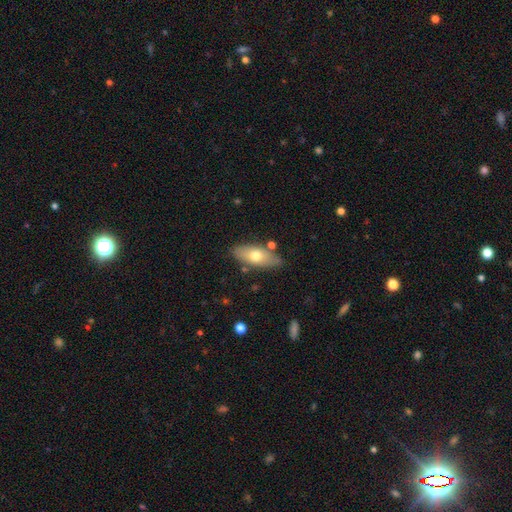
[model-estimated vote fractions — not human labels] smooth-or-featured: smooth: 64% | featured or disk: 30% | star or artifact: 6%
  how-rounded: in between: 79% | cigar-shaped: 17% | round: 3%
  merging: none: 78% | minor disturbance: 14% | merger: 5% | major disturbance: 3%